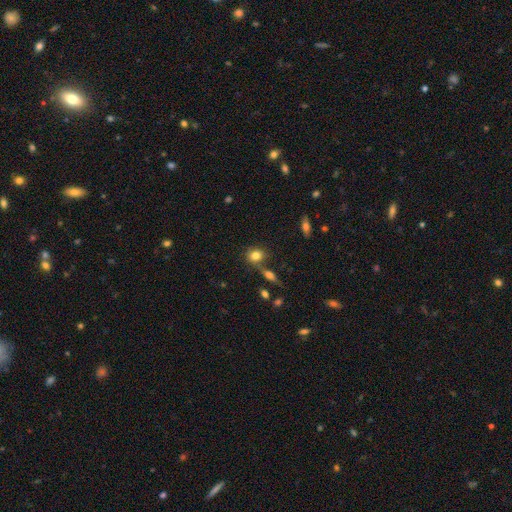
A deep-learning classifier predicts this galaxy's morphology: Smooth or featured? Predicted: smooth (p=0.79). How rounded? Predicted: round (p=0.59). Merging? Predicted: none (p=0.62).